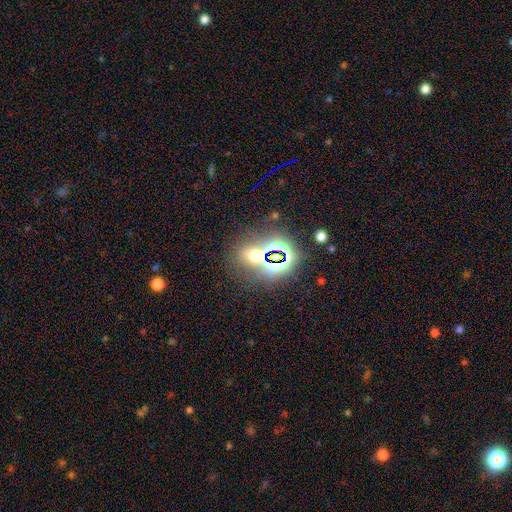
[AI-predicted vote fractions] Overall: star or artifact (51%; smooth 39%).